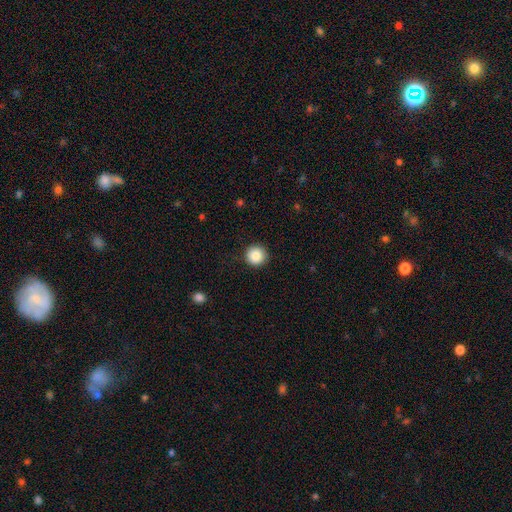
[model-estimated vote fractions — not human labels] smooth 87%, star or artifact 9%, featured or disk 4%. Down the decision tree: how rounded — round (96%); merging — none (92%).